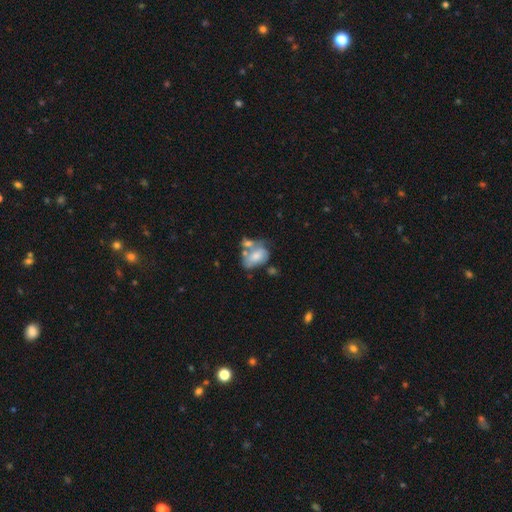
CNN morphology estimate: The model was most divided on "merging": merger: 37%, none: 27%, minor disturbance: 21%, major disturbance: 15%. More confident: how rounded — in between (83%); smooth or featured — smooth (59%).